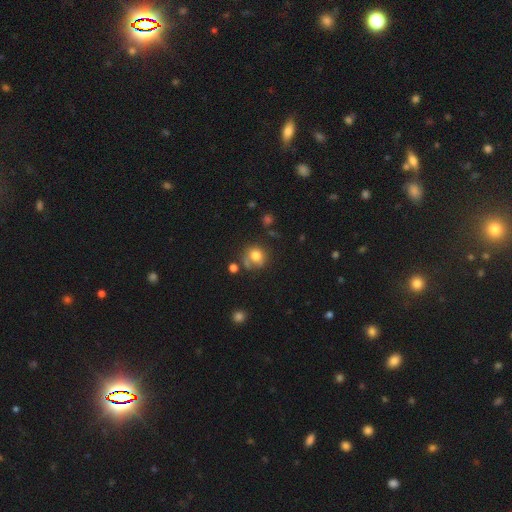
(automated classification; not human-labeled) This appears to be a smooth galaxy with no disk features (75%) that is round (77%). Merging: none (54%).